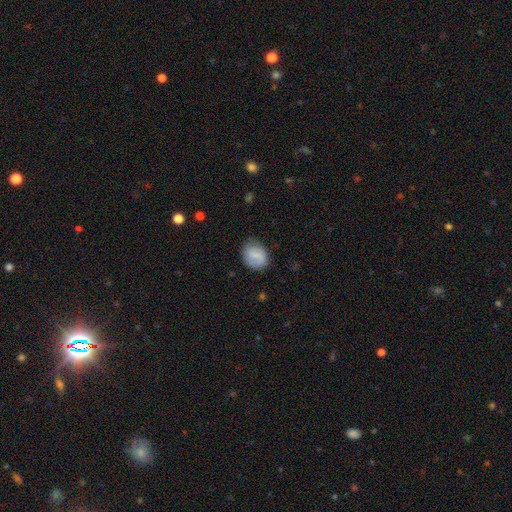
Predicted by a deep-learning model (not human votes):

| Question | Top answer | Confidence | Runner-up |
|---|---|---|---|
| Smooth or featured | smooth | 73% | featured or disk (20%) |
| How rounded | in between | 53% | round (46%) |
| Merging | none | 74% | minor disturbance (19%) |